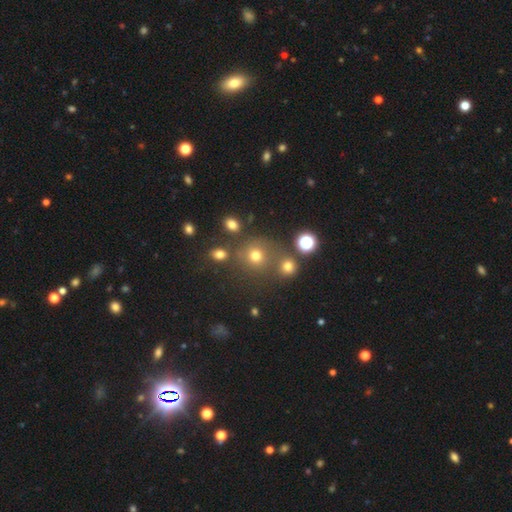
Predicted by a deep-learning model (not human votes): smooth 68%, star or artifact 22%, featured or disk 10%. Down the decision tree: how rounded — round (87%); merging — none (67%).